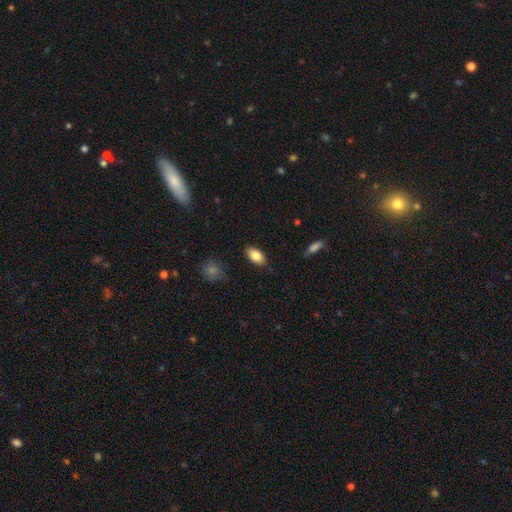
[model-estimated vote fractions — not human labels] Smooth or featured? smooth (84%)
How rounded? in between (93%)
Merging? none (86%)